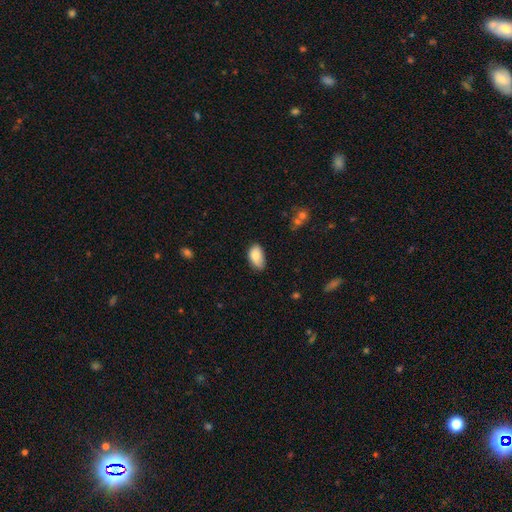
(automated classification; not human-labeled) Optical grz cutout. It shows a smooth galaxy with no disk features (83%) that is in between round and cigar-shaped (94%). Merging: none (59%).